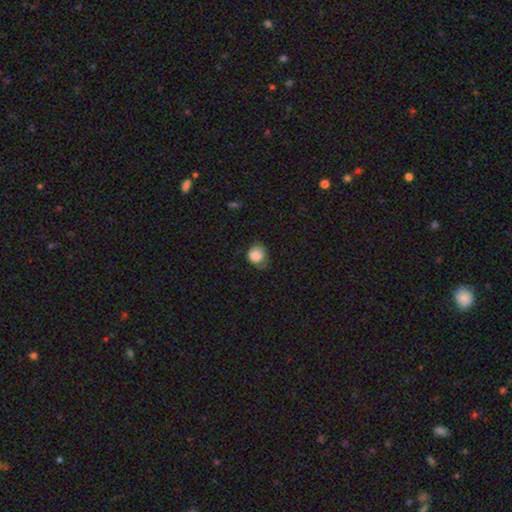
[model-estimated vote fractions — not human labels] Smooth or featured?
  - smooth: 84% *
  - star or artifact: 8%
  - featured or disk: 8%
How rounded?
  - round: 74% *
  - in between: 25%
  - cigar-shaped: 1%
Merging?
  - none: 46% *
  - minor disturbance: 37%
  - major disturbance: 15%
  - merger: 2%